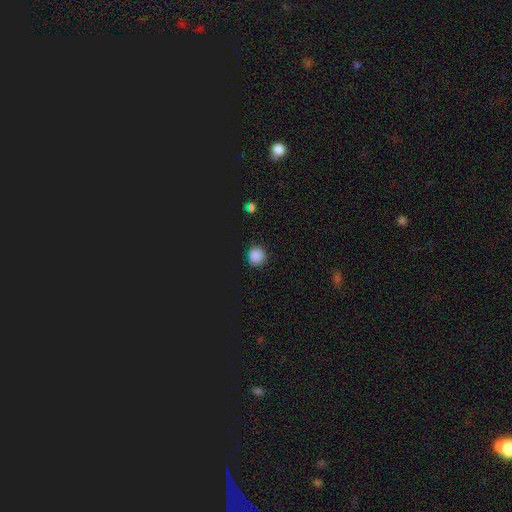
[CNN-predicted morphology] This appears to be a smooth galaxy with no disk features (81%) that is round (92%). Merging: none (87%).